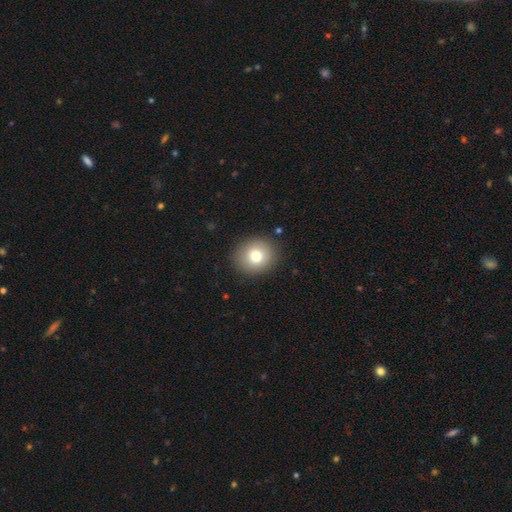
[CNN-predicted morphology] Smooth or featured: smooth — 77% (featured or disk — 12%)
How rounded: round — 83% (in between — 16%)
Merging: none — 89% (minor disturbance — 8%)